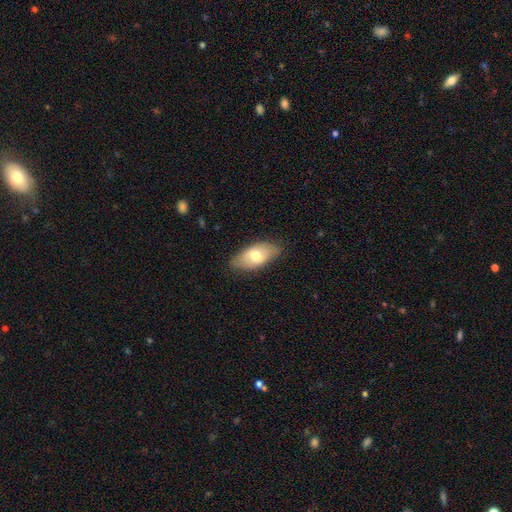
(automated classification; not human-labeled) Q: Smooth or featured?
A: smooth (64%); runner-up: featured or disk (30%)
Q: How rounded?
A: in between (92%); runner-up: cigar-shaped (4%)
Q: Merging?
A: none (79%); runner-up: minor disturbance (17%)